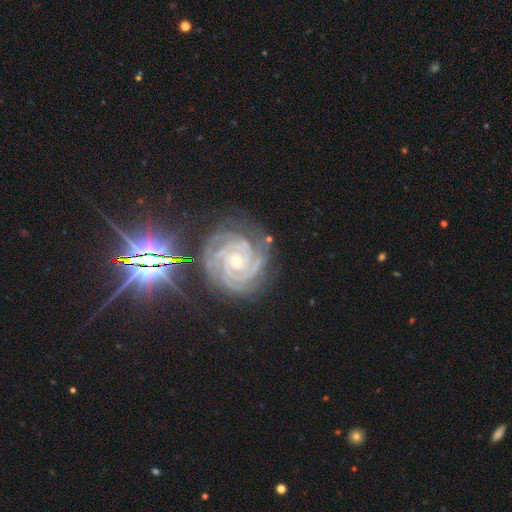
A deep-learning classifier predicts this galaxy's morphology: A featured or disk galaxy (86%) with no bar (66%), 3 (34%) tight (83%) spiral arms (99%) and a small central bulge (65%).

Vote fractions:
- Smooth or featured? featured or disk: 86% / star or artifact: 10% / smooth: 4%
- Edge-on disk? no: 98% / yes: 2%
- Bar? no: 66% / weak: 22% / strong: 12%
- Spiral arms? yes: 99% / no: 1%
- Spiral winding? tight: 83% / medium: 15% / loose: 2%
- Spiral arm count? 3: 34% / 2: 19% / 4: 19% / can't tell: 12% / more than 4: 8% / 1: 7%
- Bulge size? small: 65% / moderate: 32% / none: 1% / large: 1% / dominant: 1%
- Merging? none: 78% / minor disturbance: 16% / major disturbance: 5% / merger: 2%